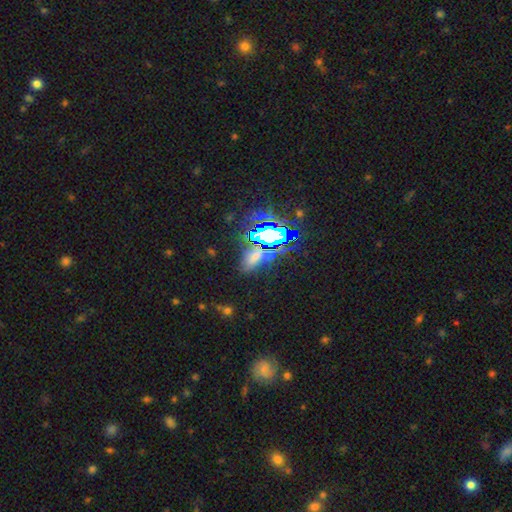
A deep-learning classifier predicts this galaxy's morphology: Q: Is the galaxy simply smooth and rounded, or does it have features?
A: star or artifact — 62%.